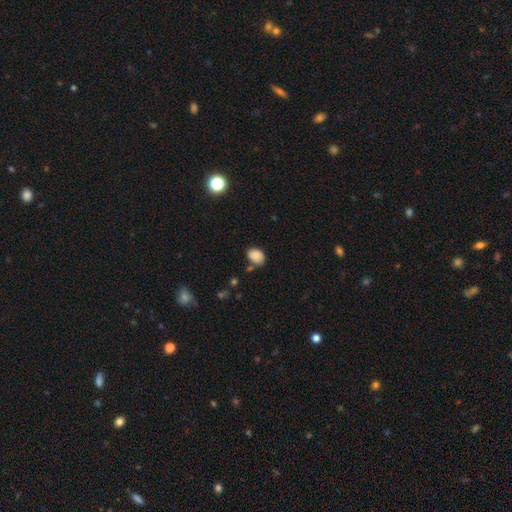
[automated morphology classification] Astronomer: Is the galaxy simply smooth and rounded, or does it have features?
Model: smooth — 84%.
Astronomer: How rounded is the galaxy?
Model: in between — 70%.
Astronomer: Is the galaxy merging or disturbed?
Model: none — 66%.